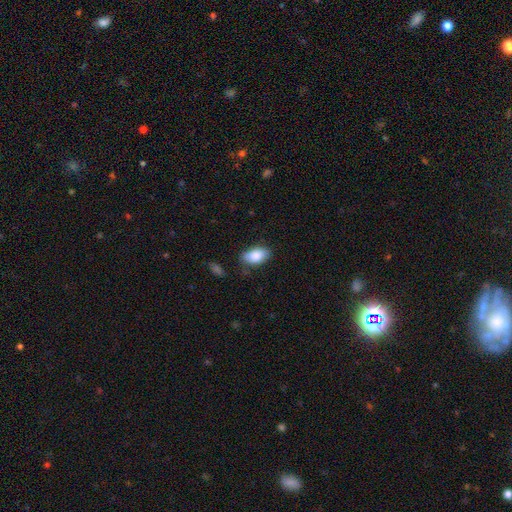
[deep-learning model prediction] Smooth or featured: smooth — 86% (featured or disk — 8%)
How rounded: in between — 92% (round — 5%)
Merging: none — 77% (minor disturbance — 17%)